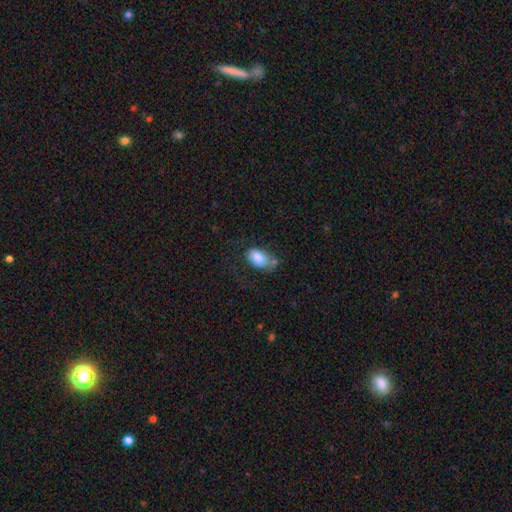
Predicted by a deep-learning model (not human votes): A smooth galaxy with no disk features (81%) that is in between round and cigar-shaped (90%). Merging: none (46%).